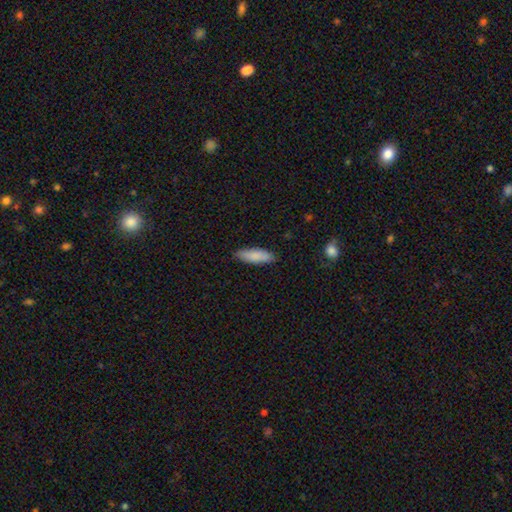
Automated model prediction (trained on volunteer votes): A smooth galaxy with no disk features (87%) that is in between round and cigar-shaped (53%).

Vote fractions:
- Smooth or featured? smooth: 87% / featured or disk: 8% / star or artifact: 6%
- How rounded? in between: 53% / cigar-shaped: 45% / round: 2%
- Merging? none: 87% / minor disturbance: 11% / major disturbance: 2% / merger: 1%